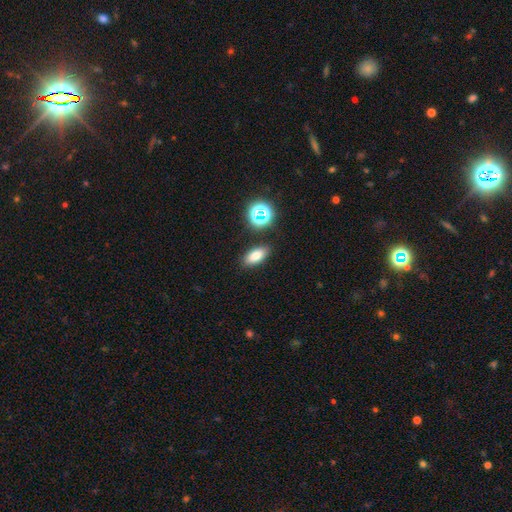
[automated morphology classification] Overall: smooth (77%). How rounded: in between (83%). Merging: none (86%).